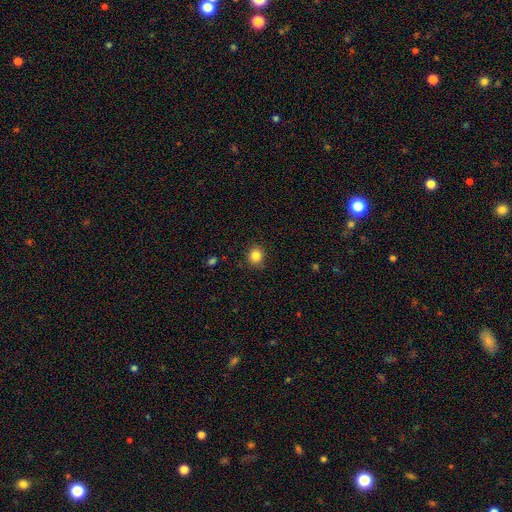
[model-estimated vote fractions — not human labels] Overall: smooth (85%). How rounded: round (83%). Merging: none (86%).